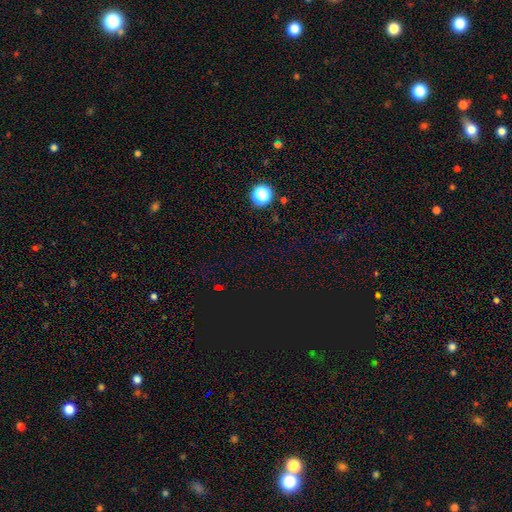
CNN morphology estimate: Q: Smooth or featured?
A: star or artifact (75%); runner-up: smooth (19%)